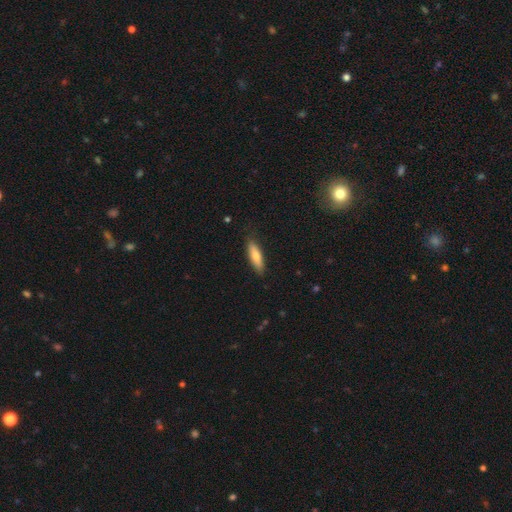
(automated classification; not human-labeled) Overall: smooth (71%). How rounded: cigar-shaped (59%; in between 40%). Merging: none (84%).